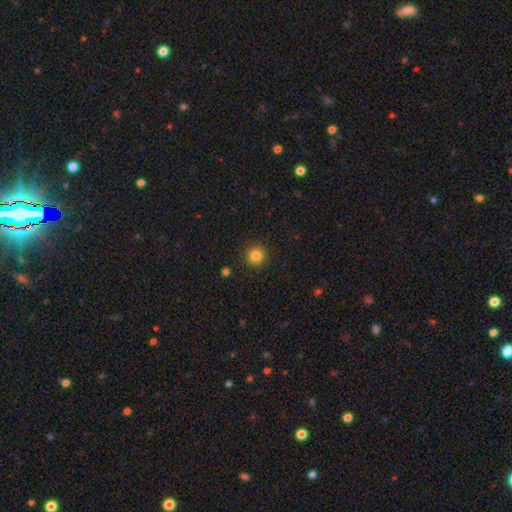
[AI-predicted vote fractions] Smooth or featured: smooth — 84% (star or artifact — 11%)
How rounded: round — 94% (in between — 5%)
Merging: none — 92% (minor disturbance — 5%)